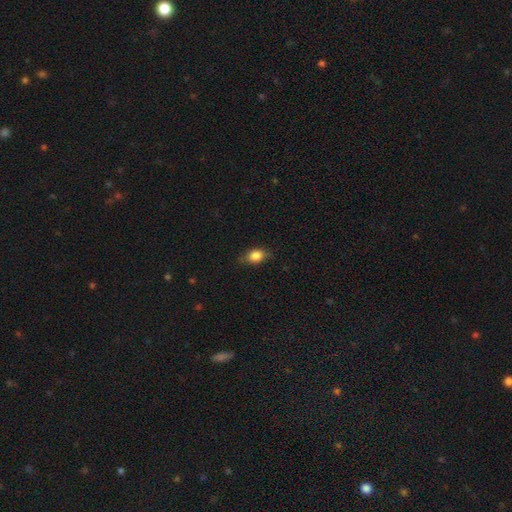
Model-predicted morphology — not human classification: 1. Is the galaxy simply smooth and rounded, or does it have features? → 82% smooth, 9% featured or disk, 9% star or artifact.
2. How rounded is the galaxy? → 75% in between, 21% round, 4% cigar-shaped.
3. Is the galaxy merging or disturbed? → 74% none, 21% minor disturbance, 4% major disturbance, 1% merger.